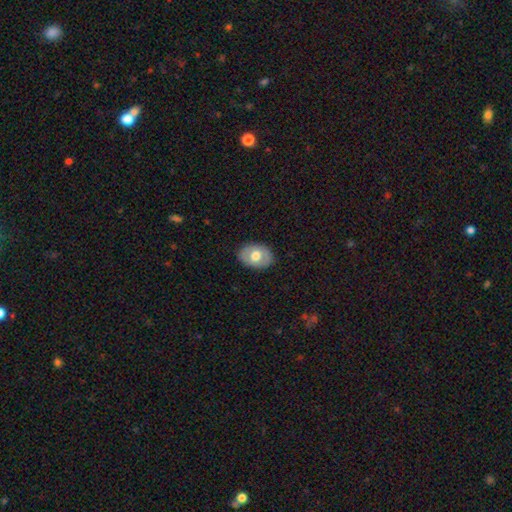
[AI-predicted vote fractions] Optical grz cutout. It shows a smooth galaxy with no disk features (60%) that is in between round and cigar-shaped (75%). Merging: none (85%).